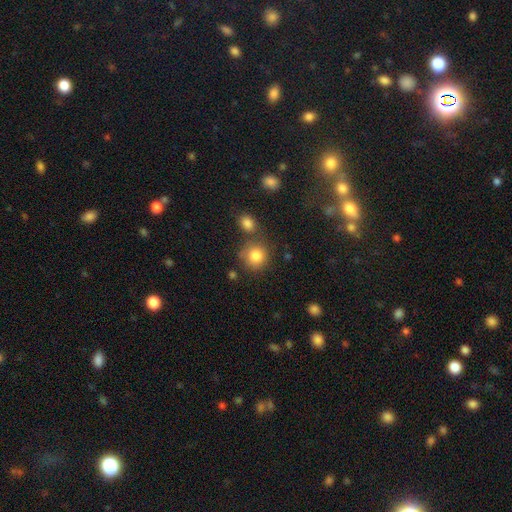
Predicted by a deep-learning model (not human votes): Smooth or featured: smooth — 83% (star or artifact — 10%)
How rounded: round — 89% (in between — 11%)
Merging: none — 67% (merger — 16%)